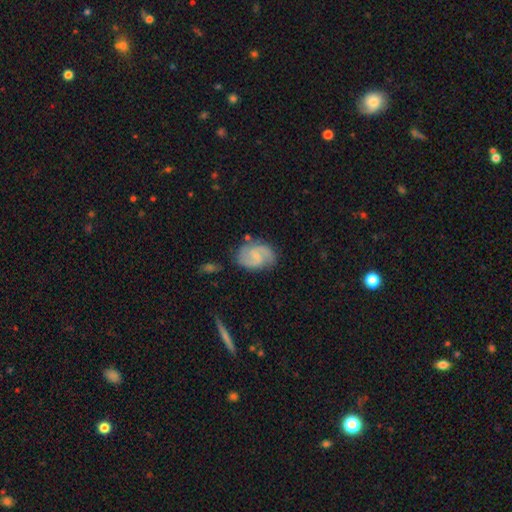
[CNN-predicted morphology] smooth-or-featured: featured or disk: 77% | smooth: 17% | star or artifact: 6%
  disk-edge-on: no: 98% | yes: 2%
    bar: weak: 49% | no: 41% | strong: 10%
    has-spiral-arms: yes: 96% | no: 4%
      spiral-winding: medium: 52% | loose: 24% | tight: 24%
      spiral-arm-count: 2: 88% | can't tell: 5% | 3: 2% | 1: 2% | 4: 1% | more than 4: 1%
    bulge-size: small: 49% | none: 34% | moderate: 15% | large: 1% | dominant: 1%
  merging: none: 74% | minor disturbance: 17% | major disturbance: 5% | merger: 3%